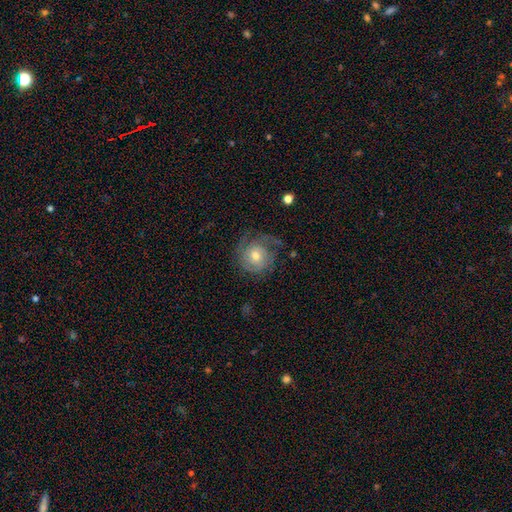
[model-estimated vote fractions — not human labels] Smooth or featured? Predicted: featured or disk (p=0.71). Edge-on disk? Predicted: no (p=0.97). Bar? Predicted: no (p=0.73). Spiral arms? Predicted: yes (p=0.90). Spiral winding? Predicted: tight (p=0.54). Spiral arm count? Predicted: 2 (p=0.35). Bulge size? Predicted: moderate (p=0.62). Merging? Predicted: none (p=0.63).